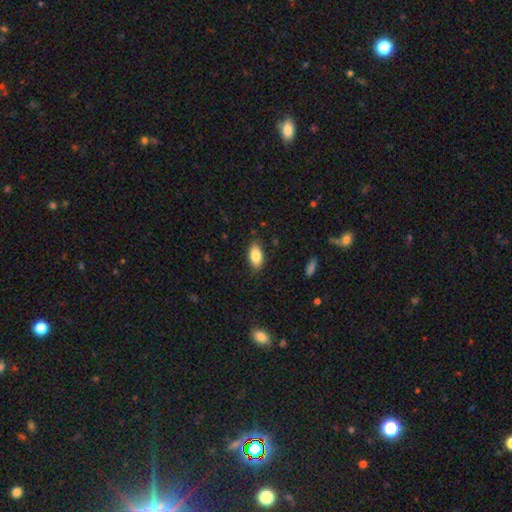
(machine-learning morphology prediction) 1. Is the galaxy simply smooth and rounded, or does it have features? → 85% smooth, 8% featured or disk, 7% star or artifact.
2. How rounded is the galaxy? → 91% in between, 6% cigar-shaped, 3% round.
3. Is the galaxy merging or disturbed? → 85% none, 11% minor disturbance, 3% major disturbance, 1% merger.